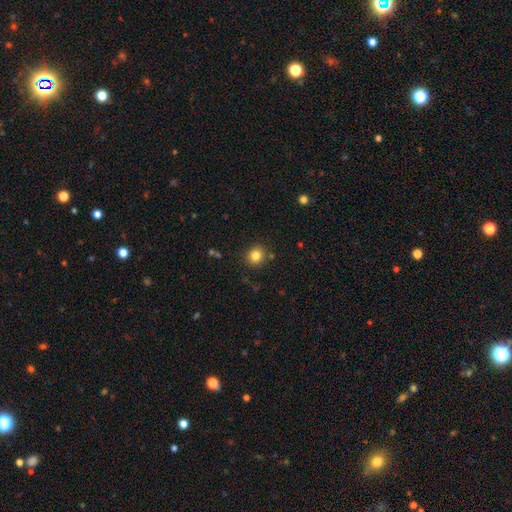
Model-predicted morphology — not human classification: Q: Smooth or featured?
A: smooth (82%); runner-up: star or artifact (12%)
Q: How rounded?
A: round (88%); runner-up: in between (11%)
Q: Merging?
A: none (87%); runner-up: minor disturbance (7%)